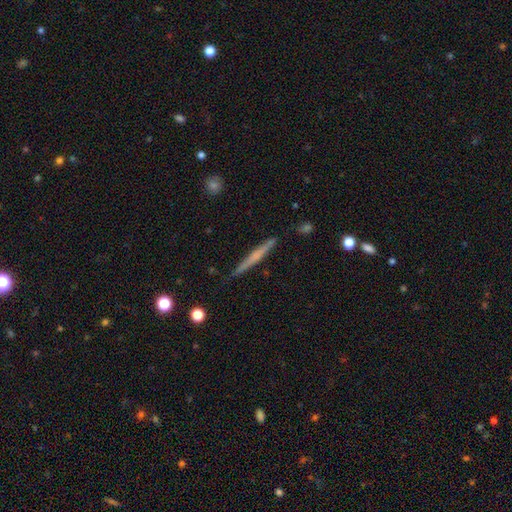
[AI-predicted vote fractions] Smooth or featured? Predicted: featured or disk (p=0.49). Merging? Predicted: none (p=0.89).